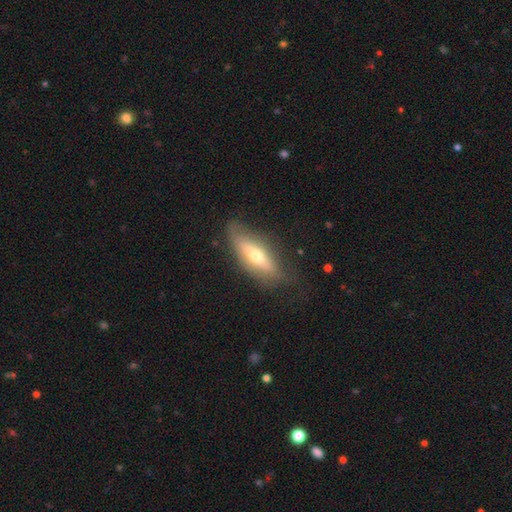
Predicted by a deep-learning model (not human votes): A smooth galaxy with no disk features (49%).

Vote fractions:
- Smooth or featured? smooth: 49% / featured or disk: 45% / star or artifact: 7%
- Merging? none: 67% / minor disturbance: 23% / major disturbance: 8% / merger: 2%